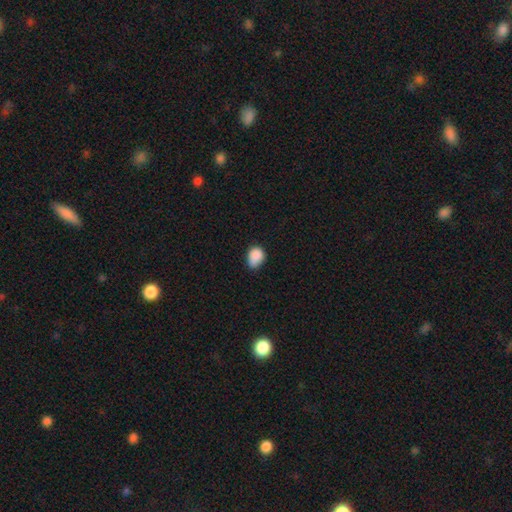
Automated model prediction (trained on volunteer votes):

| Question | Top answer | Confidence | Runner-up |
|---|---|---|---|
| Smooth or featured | smooth | 86% | star or artifact (9%) |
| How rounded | in between | 60% | round (39%) |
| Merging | none | 49% | minor disturbance (40%) |